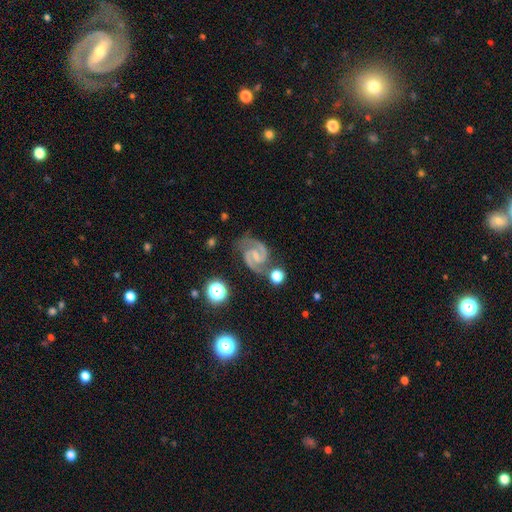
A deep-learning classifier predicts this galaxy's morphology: The model was most divided on "bar": weak: 51%, no: 27%, strong: 22%. More confident: spiral arms — yes (98%); edge-on disk — no (98%); spiral arm count — 2 (94%); smooth or featured — featured or disk (91%); merging — none (76%); spiral winding — medium (59%); bulge size — small (54%).